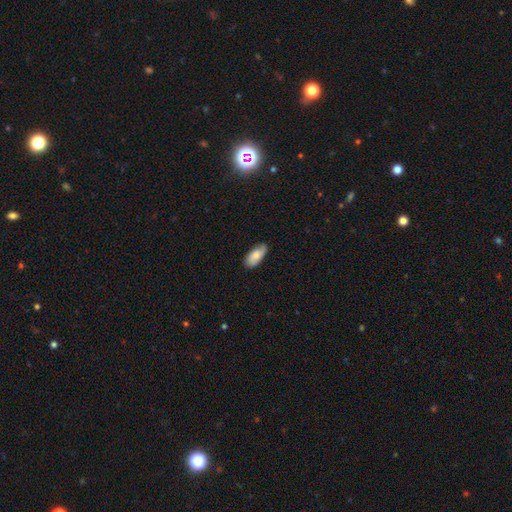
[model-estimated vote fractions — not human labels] Smooth or featured? Predicted: smooth (p=0.80). How rounded? Predicted: in between (p=0.90). Merging? Predicted: none (p=0.80).